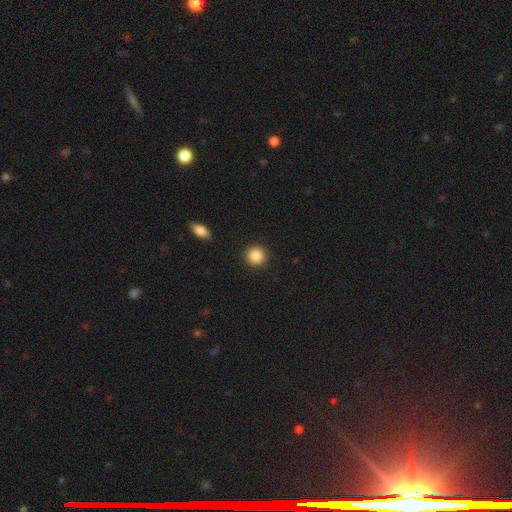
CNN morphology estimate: A smooth galaxy with no disk features (87%) that is round (94%).

Vote fractions:
- Smooth or featured? smooth: 87% / star or artifact: 9% / featured or disk: 4%
- How rounded? round: 94% / in between: 5% / cigar-shaped: 1%
- Merging? none: 92% / minor disturbance: 5% / major disturbance: 2% / merger: 1%